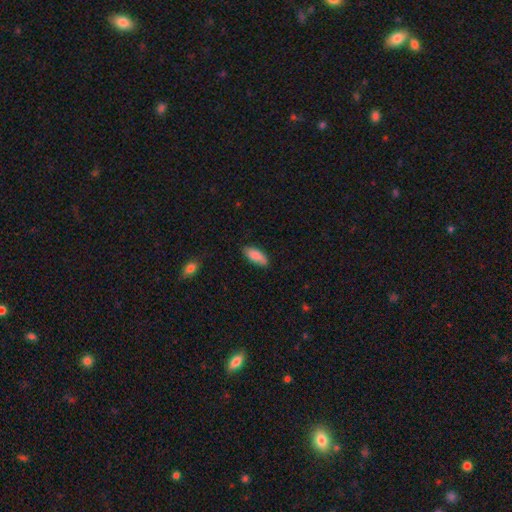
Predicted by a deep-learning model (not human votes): This appears to be a smooth galaxy with no disk features (85%) that is in between round and cigar-shaped (78%). Merging: none (77%).